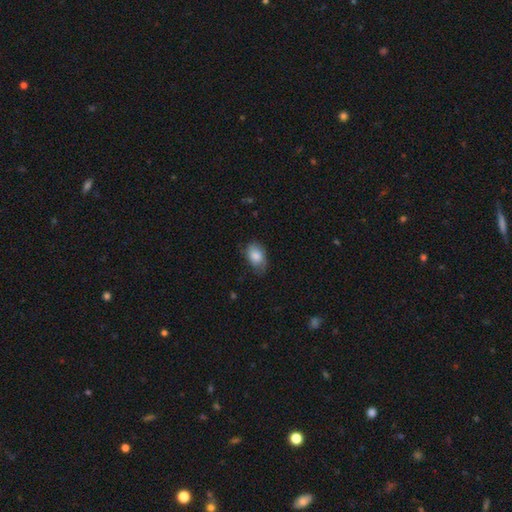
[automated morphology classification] smooth-or-featured: smooth: 80% | featured or disk: 14% | star or artifact: 7%
  how-rounded: in between: 88% | round: 11% | cigar-shaped: 1%
  merging: none: 60% | minor disturbance: 31% | major disturbance: 8% | merger: 1%